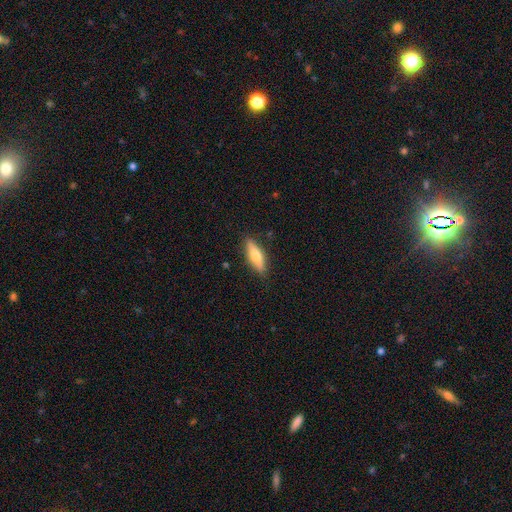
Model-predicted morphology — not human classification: A smooth galaxy with no disk features (59%) that is cigar-shaped (57%).

Vote fractions:
- Smooth or featured? smooth: 59% / featured or disk: 35% / star or artifact: 6%
- How rounded? cigar-shaped: 57% / in between: 41% / round: 2%
- Merging? none: 87% / minor disturbance: 10% / major disturbance: 2% / merger: 1%